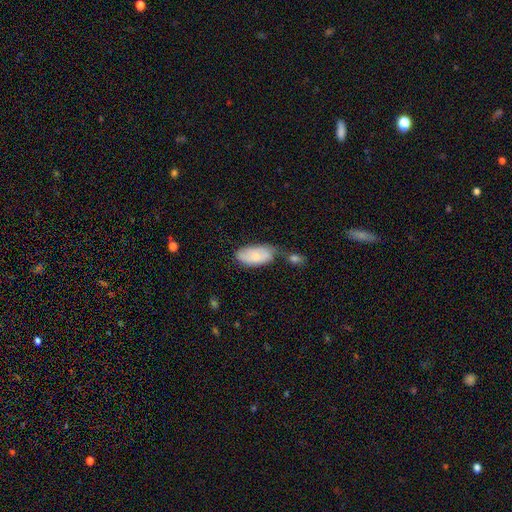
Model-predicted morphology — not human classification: This appears to be a smooth galaxy with no disk features (69%) that is in between round and cigar-shaped (93%). Merging: none (42%).